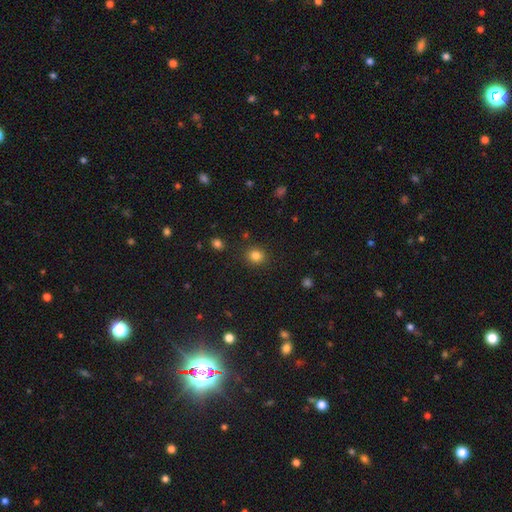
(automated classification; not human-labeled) A smooth galaxy with no disk features (84%) that is round (79%). Merging: none (88%).